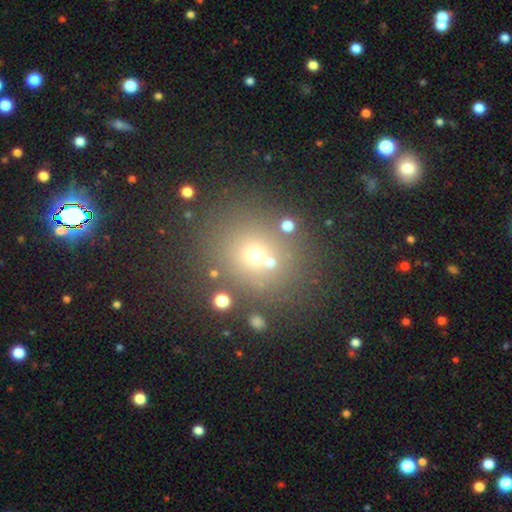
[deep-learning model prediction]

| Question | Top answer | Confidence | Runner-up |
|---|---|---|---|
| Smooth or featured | smooth | 57% | star or artifact (30%) |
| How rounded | round | 83% | in between (16%) |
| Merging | none | 73% | merger (13%) |